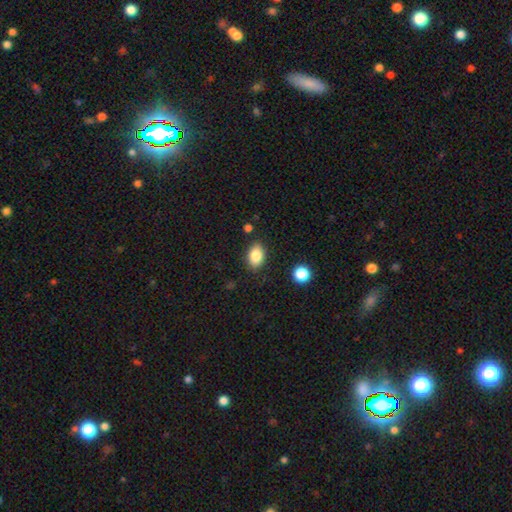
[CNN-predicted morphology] This is clearly a smooth galaxy (84%). How rounded: clearly in between (85%). Merging: clearly none (84%).